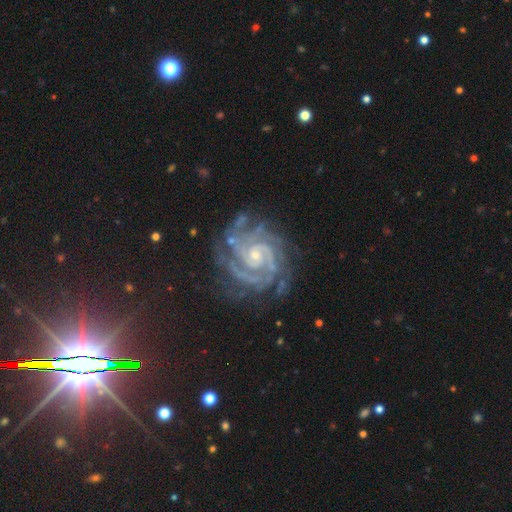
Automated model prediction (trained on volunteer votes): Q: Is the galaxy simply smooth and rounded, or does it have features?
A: featured or disk — 91%.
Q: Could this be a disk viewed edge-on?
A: no — 98%.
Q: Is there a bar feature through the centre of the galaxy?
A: no — 64%.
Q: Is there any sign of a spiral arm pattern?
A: yes — 99%.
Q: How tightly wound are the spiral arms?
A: tight — 74%.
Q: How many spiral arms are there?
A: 2 — 32%.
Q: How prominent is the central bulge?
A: small — 71%.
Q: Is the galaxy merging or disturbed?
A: none — 70%.